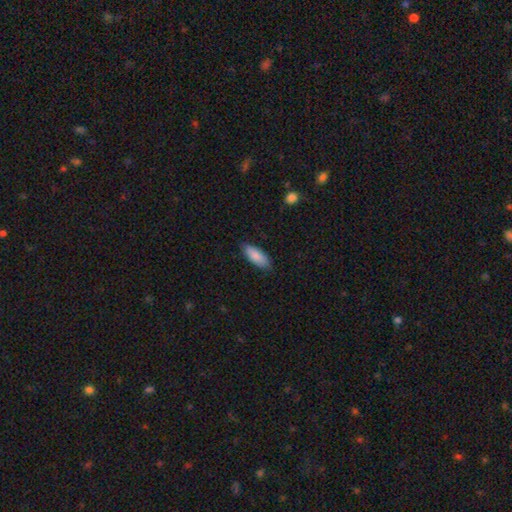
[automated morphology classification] This appears to be a smooth galaxy with no disk features (87%) that is in between round and cigar-shaped (78%). Merging: none (83%).